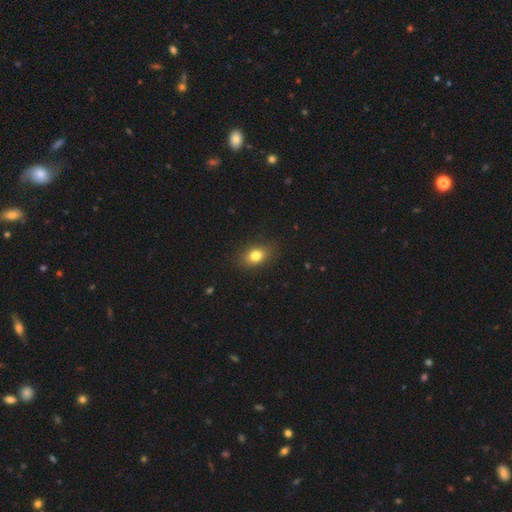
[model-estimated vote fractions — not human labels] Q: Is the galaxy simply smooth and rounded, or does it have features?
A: smooth — 80%.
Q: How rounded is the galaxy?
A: in between — 69%.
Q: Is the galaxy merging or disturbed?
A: none — 84%.